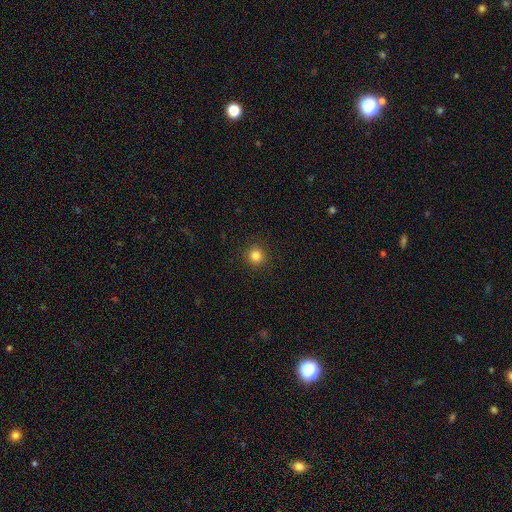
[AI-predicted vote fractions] A smooth galaxy with no disk features (83%) that is round (94%). Merging: none (92%).